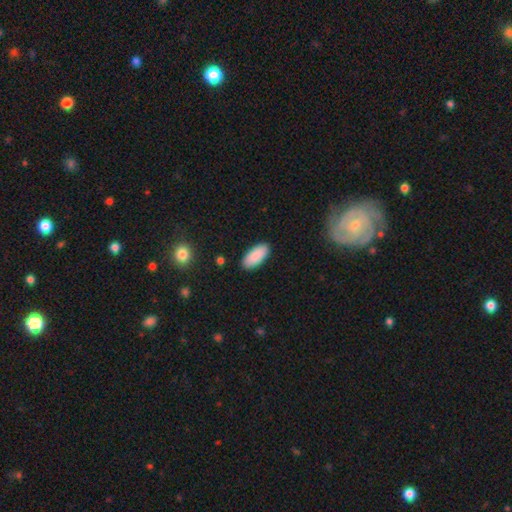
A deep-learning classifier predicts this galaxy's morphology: smooth_or_featured: smooth (p=0.90) [alt: star or artifact p=0.06]
how_rounded: in between (p=0.89) [alt: cigar-shaped p=0.09]
merging: none (p=0.89) [alt: minor disturbance p=0.08]